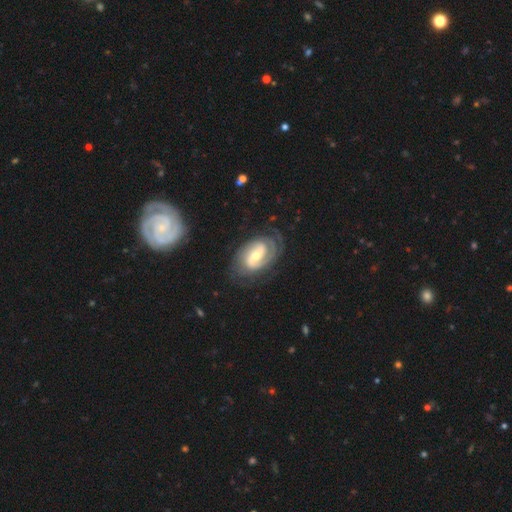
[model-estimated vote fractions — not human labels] smooth-or-featured: featured or disk: 87% | smooth: 9% | star or artifact: 4%
  disk-edge-on: no: 97% | yes: 3%
    bar: weak: 44% | strong: 33% | no: 23%
    has-spiral-arms: yes: 96% | no: 4%
      spiral-winding: tight: 52% | medium: 36% | loose: 13%
      spiral-arm-count: 2: 68% | can't tell: 13% | 3: 9% | 1: 5% | 4: 3% | more than 4: 2%
    bulge-size: moderate: 55% | small: 38% | large: 5% | none: 1% | dominant: 1%
  merging: none: 73% | minor disturbance: 17% | major disturbance: 9% | merger: 2%